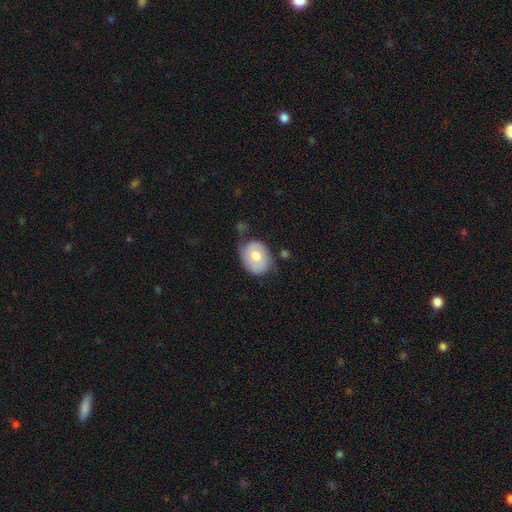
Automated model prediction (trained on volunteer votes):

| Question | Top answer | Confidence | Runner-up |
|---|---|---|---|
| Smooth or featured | smooth | 61% | featured or disk (32%) |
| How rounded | in between | 55% | round (44%) |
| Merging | none | 51% | minor disturbance (31%) |